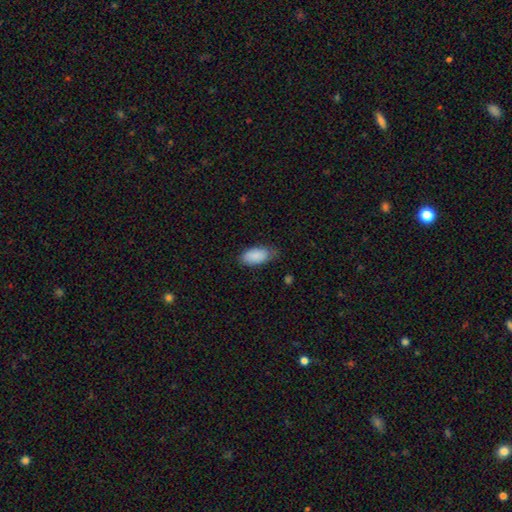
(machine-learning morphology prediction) This appears to be a smooth galaxy with no disk features (89%) that is in between round and cigar-shaped (93%). Merging: none (69%).